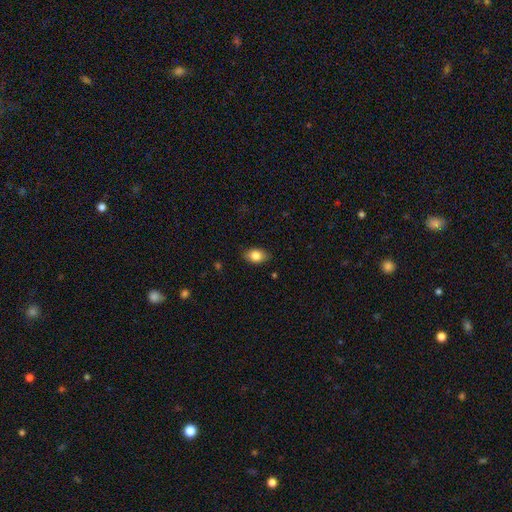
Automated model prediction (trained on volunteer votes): Morphology: type=smooth (82%); roundness=in between (84%); merging=none (84%).